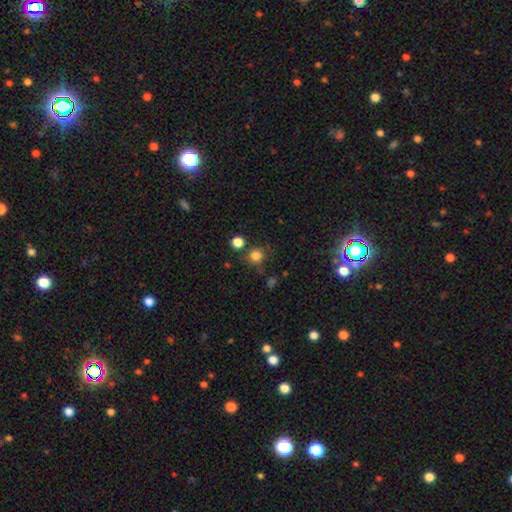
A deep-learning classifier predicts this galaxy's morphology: Smooth or featured?
  - smooth: 81% *
  - star or artifact: 14%
  - featured or disk: 5%
How rounded?
  - round: 89% *
  - in between: 10%
  - cigar-shaped: 1%
Merging?
  - none: 75% *
  - minor disturbance: 11%
  - merger: 9%
  - major disturbance: 4%